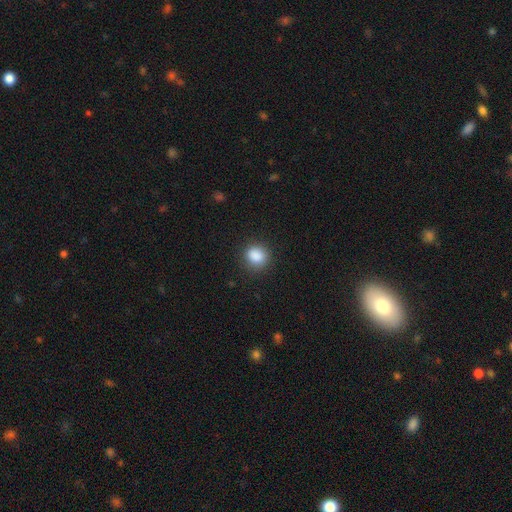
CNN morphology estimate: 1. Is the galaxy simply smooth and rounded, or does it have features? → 87% smooth, 10% star or artifact, 3% featured or disk.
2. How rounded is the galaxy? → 74% round, 25% in between, 1% cigar-shaped.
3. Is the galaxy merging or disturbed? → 85% none, 11% minor disturbance, 3% major disturbance, 1% merger.